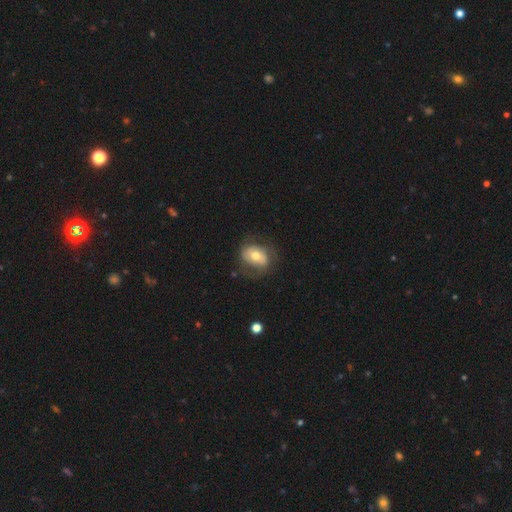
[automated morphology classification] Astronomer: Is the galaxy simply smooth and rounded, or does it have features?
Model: smooth — 53% (runner-up: featured or disk, 39%).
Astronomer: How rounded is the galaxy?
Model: in between — 69%.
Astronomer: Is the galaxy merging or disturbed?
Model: none — 60%.